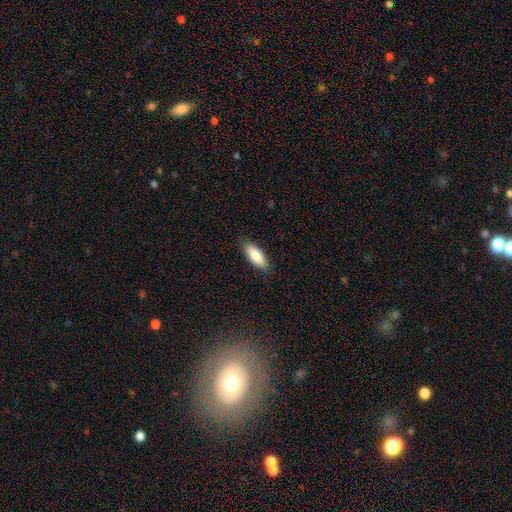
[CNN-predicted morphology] Smooth or featured? smooth (87%)
How rounded? in between (73%)
Merging? none (88%)